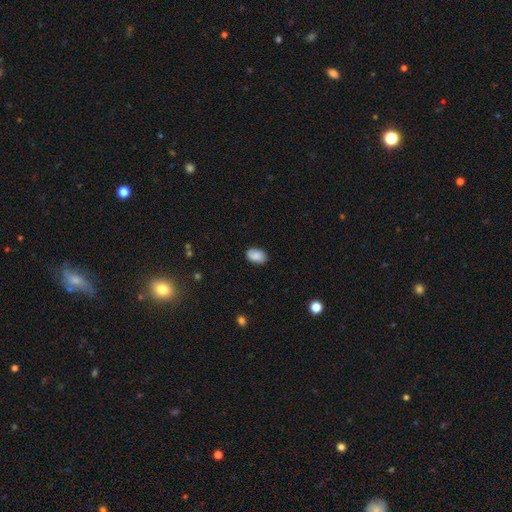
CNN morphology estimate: Smooth or featured? Predicted: smooth (p=0.86). How rounded? Predicted: in between (p=0.90). Merging? Predicted: none (p=0.84).